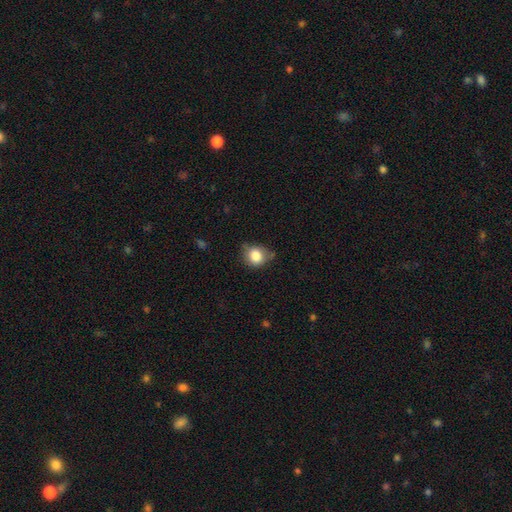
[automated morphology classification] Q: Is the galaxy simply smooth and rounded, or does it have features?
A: smooth — 83%.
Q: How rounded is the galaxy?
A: round — 70%.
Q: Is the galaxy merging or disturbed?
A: none — 62%.